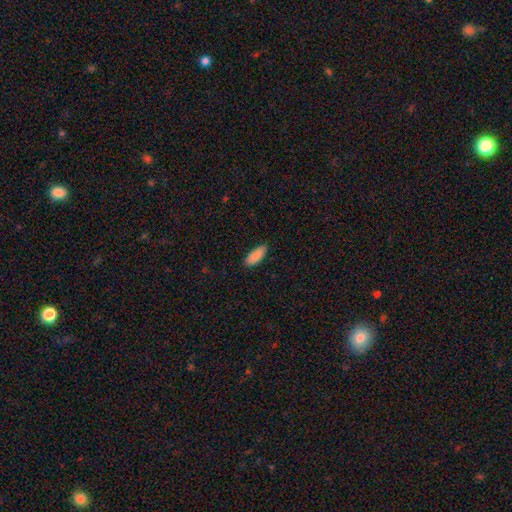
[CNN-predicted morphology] smooth-or-featured: smooth: 89% | star or artifact: 6% | featured or disk: 5%
  how-rounded: in between: 76% | cigar-shaped: 22% | round: 2%
  merging: none: 84% | minor disturbance: 13% | major disturbance: 2% | merger: 1%